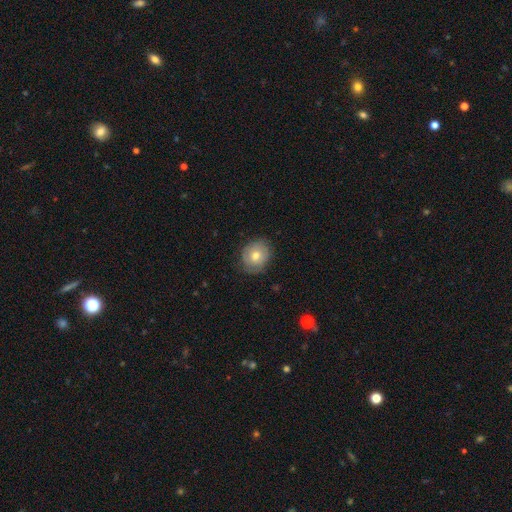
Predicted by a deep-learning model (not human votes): Smooth or featured: smooth — 61% (featured or disk — 31%)
How rounded: round — 76% (in between — 23%)
Merging: none — 77% (minor disturbance — 17%)